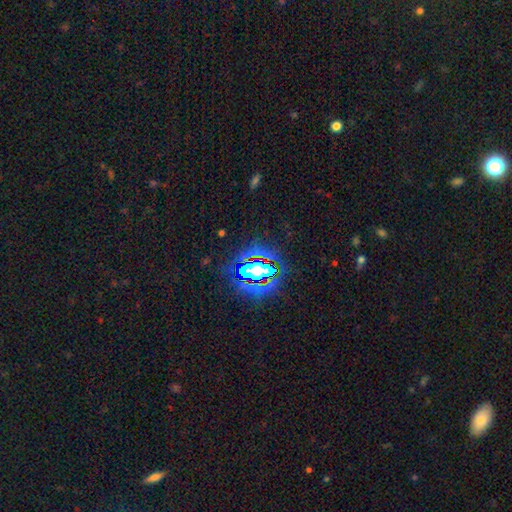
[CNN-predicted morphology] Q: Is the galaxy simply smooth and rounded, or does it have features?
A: star or artifact — 82%.